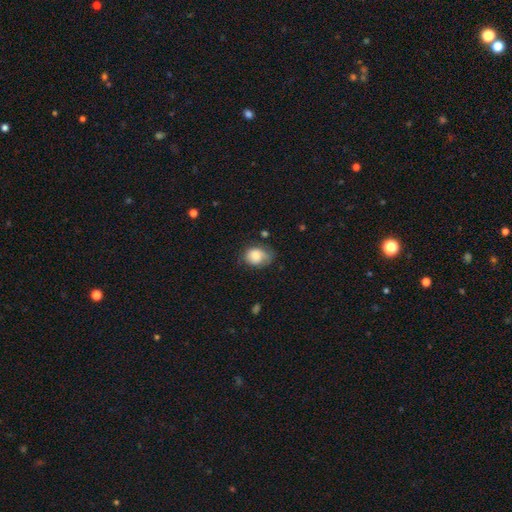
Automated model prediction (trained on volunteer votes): A smooth galaxy with no disk features (77%) that is in between round and cigar-shaped (56%).

Vote fractions:
- Smooth or featured? smooth: 77% / featured or disk: 14% / star or artifact: 8%
- How rounded? in between: 56% / round: 43% / cigar-shaped: 1%
- Merging? none: 49% / minor disturbance: 36% / major disturbance: 12% / merger: 2%